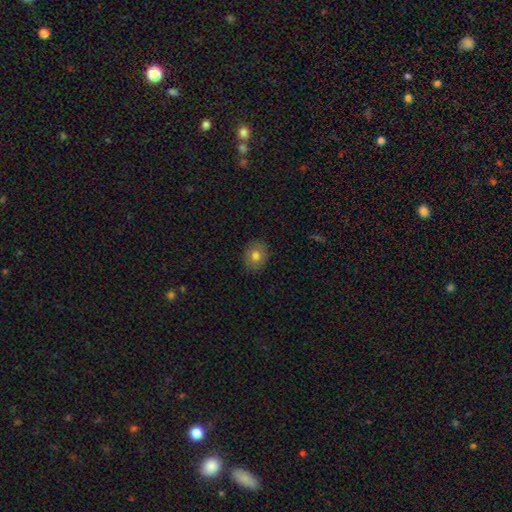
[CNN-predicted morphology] Smooth or featured: smooth — 77% (featured or disk — 14%)
How rounded: round — 54% (in between — 45%)
Merging: none — 87% (minor disturbance — 10%)